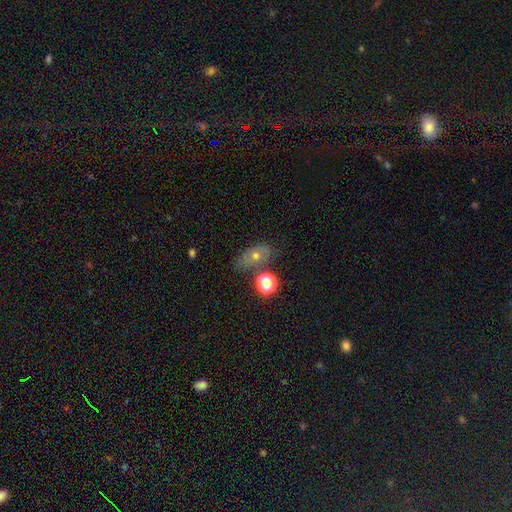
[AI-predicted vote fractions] The model was most divided on "smooth or featured": smooth: 48%, featured or disk: 31%, star or artifact: 21%. More confident: merging — none (66%).